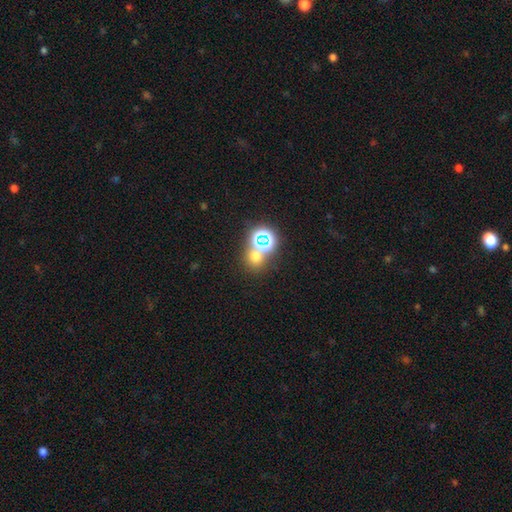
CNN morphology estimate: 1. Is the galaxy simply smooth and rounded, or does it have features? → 56% smooth, 35% star or artifact, 8% featured or disk.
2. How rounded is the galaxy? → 81% round, 18% in between, 1% cigar-shaped.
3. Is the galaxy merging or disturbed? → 61% none, 28% merger, 7% minor disturbance, 4% major disturbance.